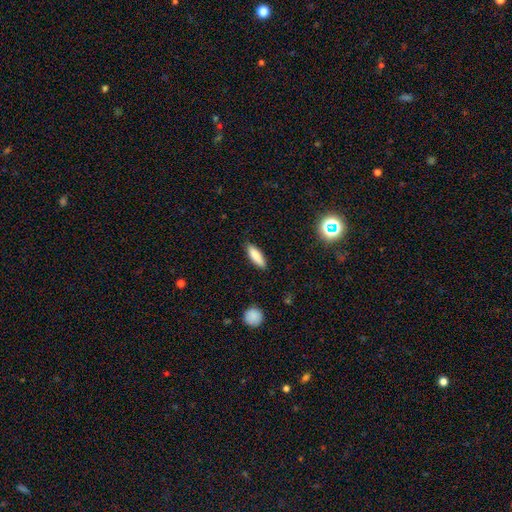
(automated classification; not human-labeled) A smooth galaxy with no disk features (82%) that is cigar-shaped (51%).

Vote fractions:
- Smooth or featured? smooth: 82% / featured or disk: 11% / star or artifact: 7%
- How rounded? cigar-shaped: 51% / in between: 47% / round: 2%
- Merging? none: 86% / minor disturbance: 11% / major disturbance: 2% / merger: 1%